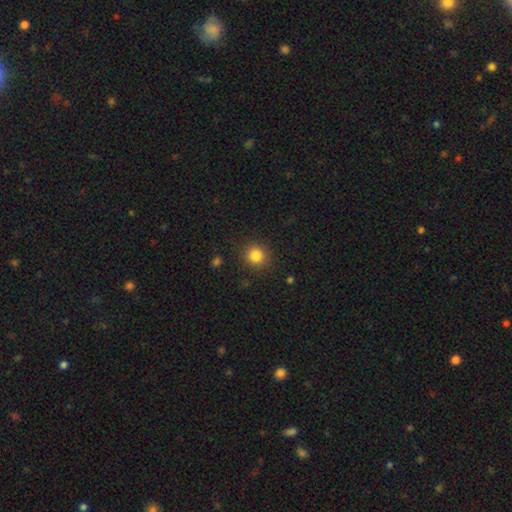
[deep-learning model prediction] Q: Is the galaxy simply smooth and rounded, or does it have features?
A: smooth — 84%.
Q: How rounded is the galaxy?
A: round — 91%.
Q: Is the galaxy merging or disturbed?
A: none — 89%.